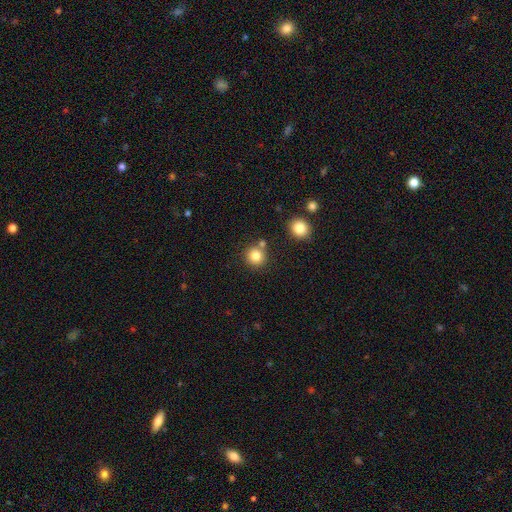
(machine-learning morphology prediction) Smooth or featured?
  - smooth: 83% *
  - star or artifact: 11%
  - featured or disk: 6%
How rounded?
  - round: 92% *
  - in between: 7%
  - cigar-shaped: 1%
Merging?
  - none: 78% *
  - merger: 12%
  - minor disturbance: 8%
  - major disturbance: 3%